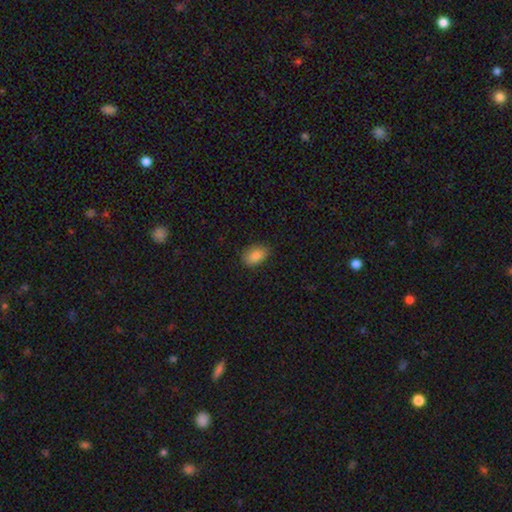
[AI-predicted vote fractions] Smooth or featured: smooth — 87% (star or artifact — 8%)
How rounded: in between — 88% (round — 10%)
Merging: none — 82% (minor disturbance — 15%)